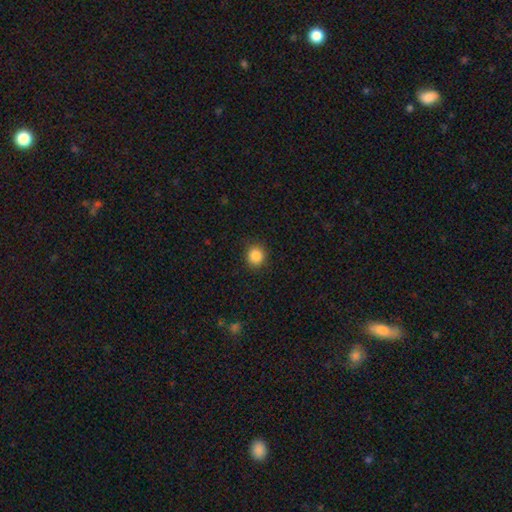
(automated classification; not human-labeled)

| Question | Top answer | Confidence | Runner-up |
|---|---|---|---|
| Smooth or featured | smooth | 87% | star or artifact (10%) |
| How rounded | round | 87% | in between (12%) |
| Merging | none | 90% | minor disturbance (7%) |